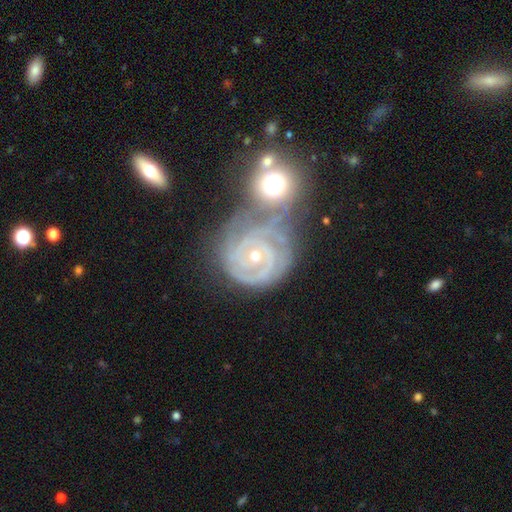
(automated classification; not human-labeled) Smooth or featured? Predicted: featured or disk (p=0.85). Edge-on disk? Predicted: no (p=0.98). Bar? Predicted: no (p=0.76). Spiral arms? Predicted: yes (p=0.94). Spiral winding? Predicted: tight (p=0.79). Spiral arm count? Predicted: 2 (p=0.31). Bulge size? Predicted: small (p=0.60). Merging? Predicted: none (p=0.38).